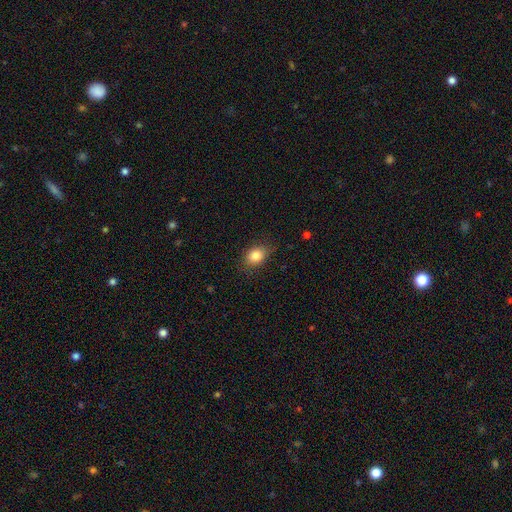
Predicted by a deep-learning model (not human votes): Smooth or featured? Predicted: smooth (p=0.85). How rounded? Predicted: in between (p=0.65). Merging? Predicted: none (p=0.79).